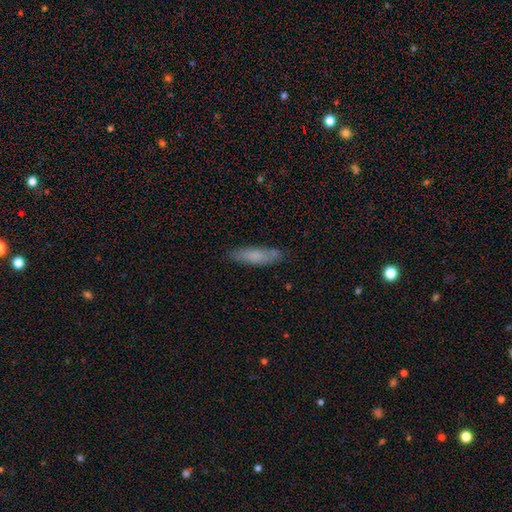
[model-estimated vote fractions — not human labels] This is likely a smooth galaxy (74%). How rounded: likely cigar-shaped (65%). Merging: likely none (77%).